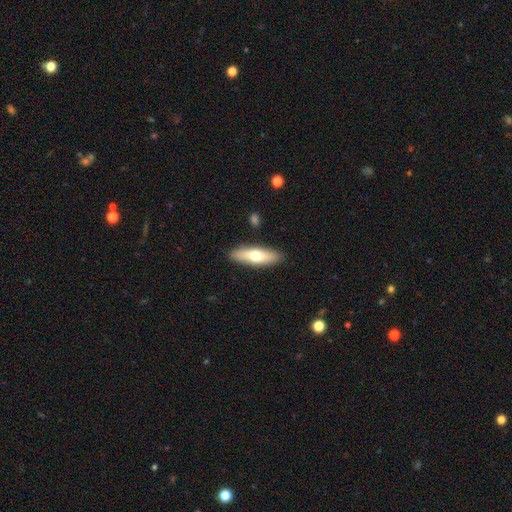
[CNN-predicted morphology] This appears to be a smooth galaxy with no disk features (62%) that is cigar-shaped (53%). Merging: none (89%).